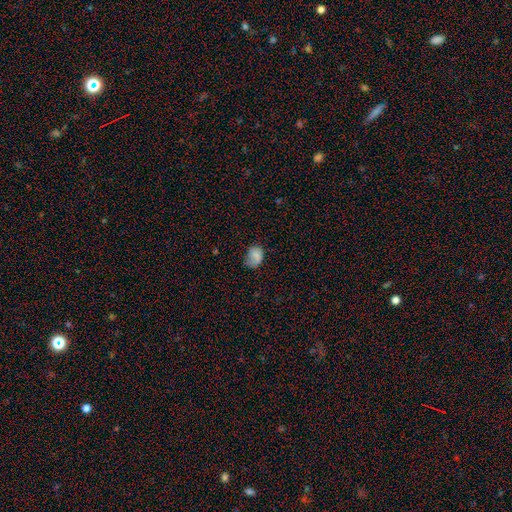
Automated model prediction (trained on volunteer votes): Smooth or featured? Predicted: smooth (p=0.78). How rounded? Predicted: in between (p=0.70). Merging? Predicted: none (p=0.50).